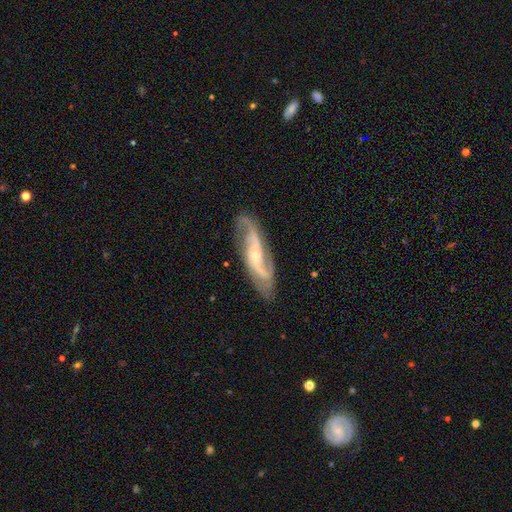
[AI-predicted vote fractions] This is clearly a featured or disk galaxy (88%). It is clearly not viewed edge-on (91%). Bar: possibly no (47%). Spiral arm pattern: clearly yes (97%). Spiral arm count: likely 2 (79%). Spiral winding: possibly medium (50%). Central bulge: likely small (64%). Merging: likely none (76%).